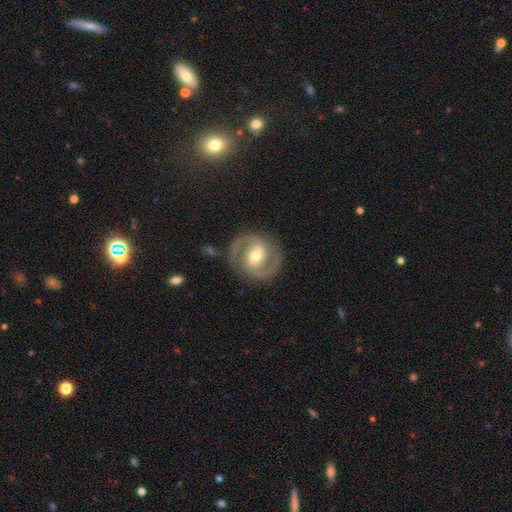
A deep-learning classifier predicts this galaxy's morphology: Smooth or featured: featured or disk — 87% (smooth — 9%)
Edge-on disk: no — 98% (yes — 2%)
Bar: weak — 45% (strong — 29%)
Spiral arms: yes — 94% (no — 6%)
Spiral winding: medium — 55% (tight — 33%)
Spiral arm count: 2 — 93% (can't tell — 3%)
Bulge size: moderate — 71% (small — 21%)
Merging: none — 86% (minor disturbance — 9%)